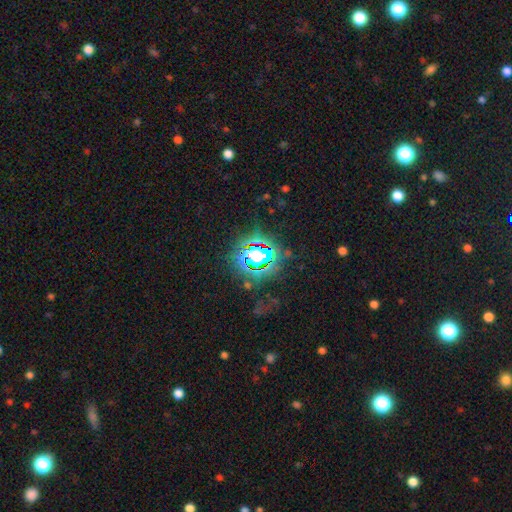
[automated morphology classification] Smooth or featured?
  - star or artifact: 80% *
  - smooth: 11%
  - featured or disk: 8%